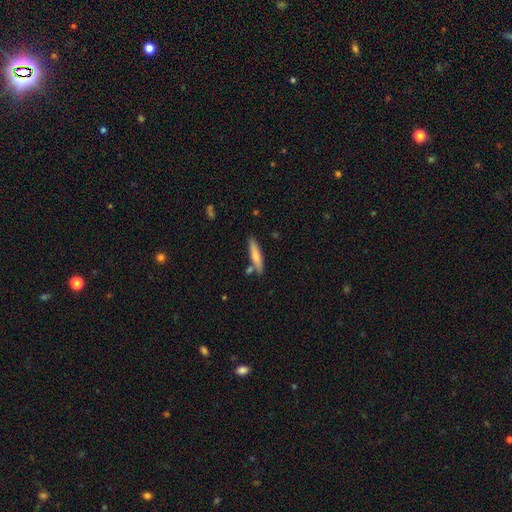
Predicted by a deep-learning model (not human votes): Smooth or featured? smooth (70%)
How rounded? cigar-shaped (86%)
Merging? none (77%)